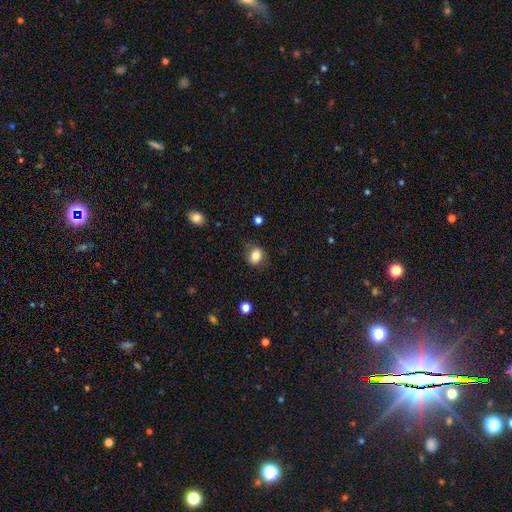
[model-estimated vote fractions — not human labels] A smooth galaxy with no disk features (82%) that is round (62%).

Vote fractions:
- Smooth or featured? smooth: 82% / star or artifact: 10% / featured or disk: 8%
- How rounded? round: 62% / in between: 37% / cigar-shaped: 1%
- Merging? none: 77% / minor disturbance: 17% / major disturbance: 5% / merger: 2%